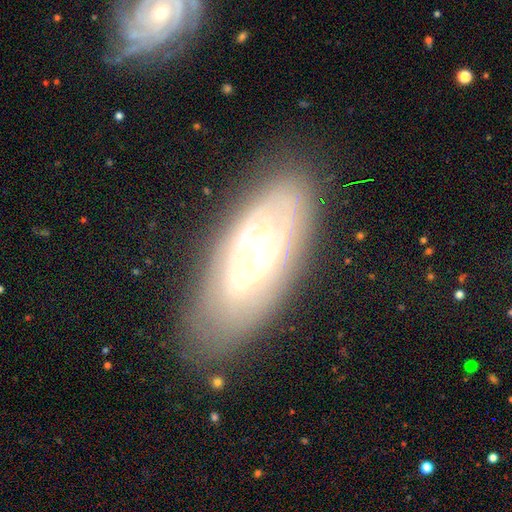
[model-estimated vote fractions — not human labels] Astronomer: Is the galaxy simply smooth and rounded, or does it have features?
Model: featured or disk — 75%.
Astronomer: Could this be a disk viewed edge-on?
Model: no — 86%.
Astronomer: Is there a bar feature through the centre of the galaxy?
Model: no — 66%.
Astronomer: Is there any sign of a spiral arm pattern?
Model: yes — 67%.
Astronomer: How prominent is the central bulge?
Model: moderate — 56% (runner-up: small, 34%).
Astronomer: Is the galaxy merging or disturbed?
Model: none — 78%.